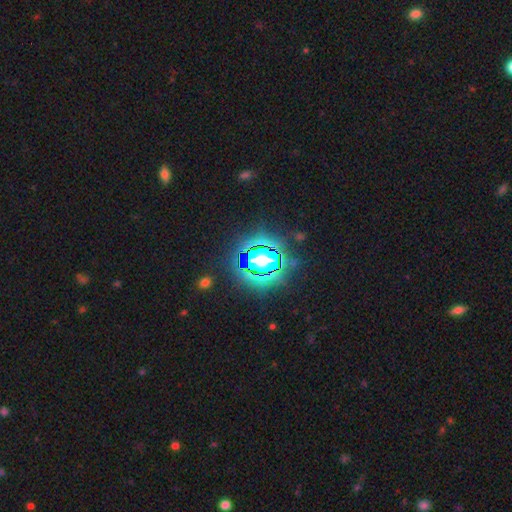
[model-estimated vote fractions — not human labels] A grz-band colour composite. It shows a star or artifact, not a galaxy (82%).